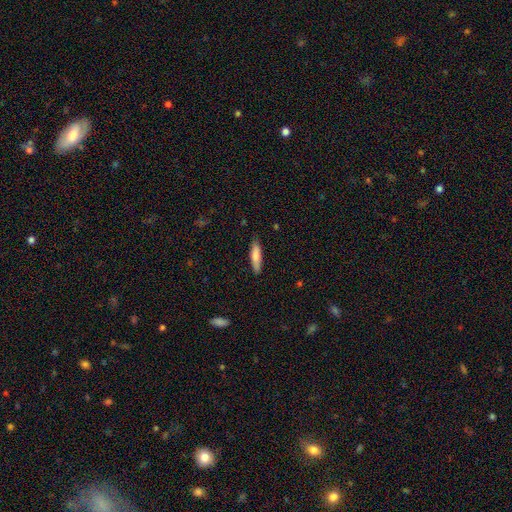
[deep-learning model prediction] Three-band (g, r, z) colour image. It shows a smooth galaxy with no disk features (78%) that is cigar-shaped (77%). Merging: none (84%).